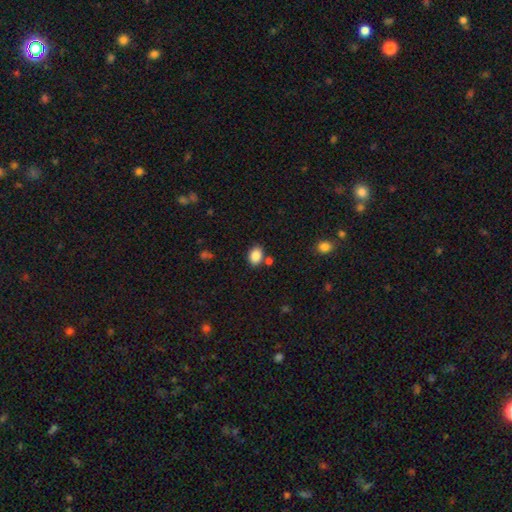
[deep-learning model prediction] This is clearly a smooth galaxy (87%). How rounded: likely in between (72%). Merging: likely none (76%).